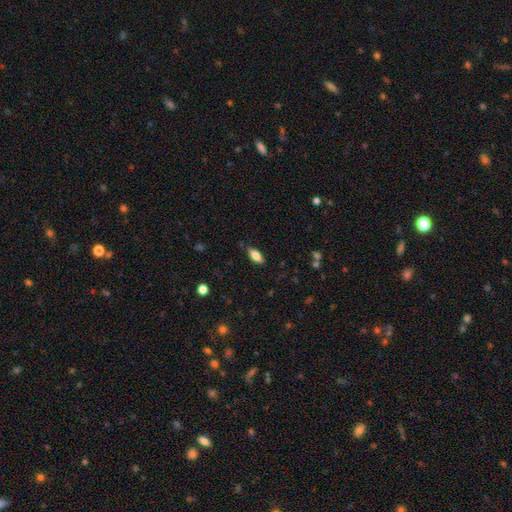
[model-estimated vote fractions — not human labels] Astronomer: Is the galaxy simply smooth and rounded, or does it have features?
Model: smooth — 77%.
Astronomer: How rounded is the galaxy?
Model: in between — 79%.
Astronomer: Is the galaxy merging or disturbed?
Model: none — 83%.